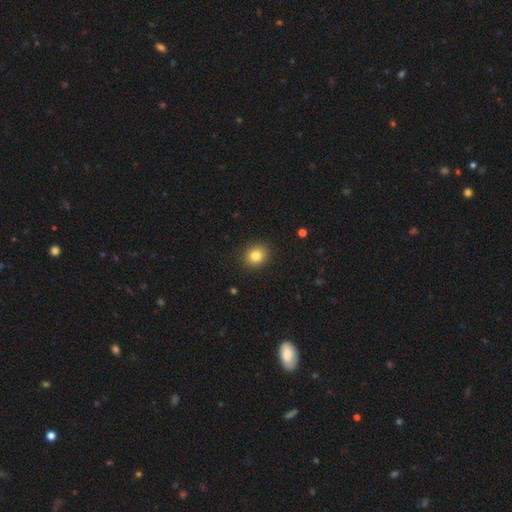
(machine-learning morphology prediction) The model was most divided on "how rounded": round: 74%, in between: 25%, cigar-shaped: 1%. More confident: merging — none (90%); smooth or featured — smooth (81%).